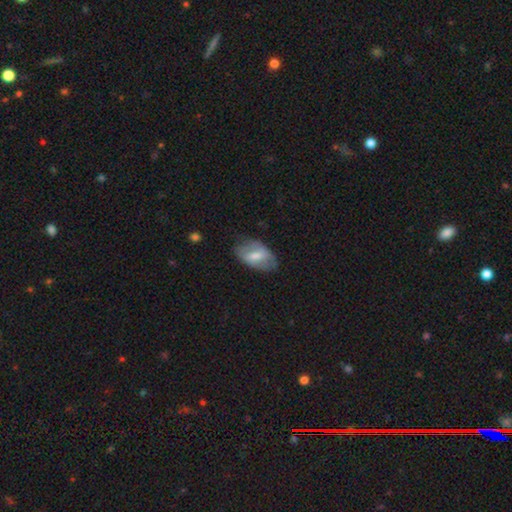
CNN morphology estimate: smooth-or-featured: smooth: 54% | featured or disk: 39% | star or artifact: 7%
  how-rounded: in between: 92% | round: 6% | cigar-shaped: 3%
  merging: none: 63% | minor disturbance: 27% | major disturbance: 9% | merger: 2%